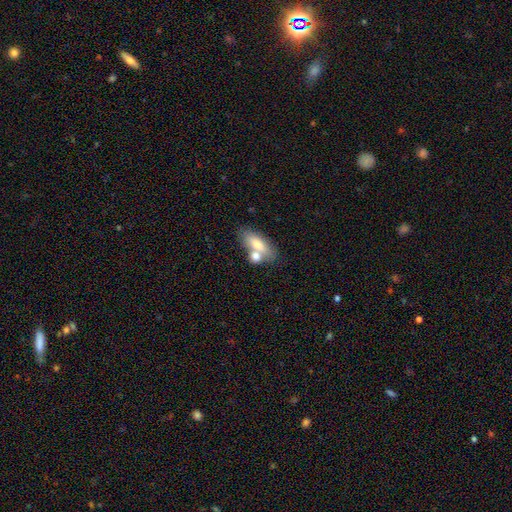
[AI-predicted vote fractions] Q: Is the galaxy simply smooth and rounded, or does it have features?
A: smooth — 70%.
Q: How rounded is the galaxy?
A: in between — 73%.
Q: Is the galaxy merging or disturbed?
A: merger — 45%.